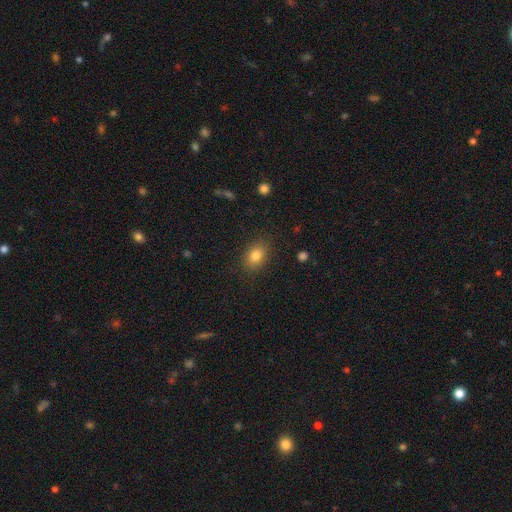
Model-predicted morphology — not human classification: type=smooth (82%); roundness=in between (73%); merging=none (86%).